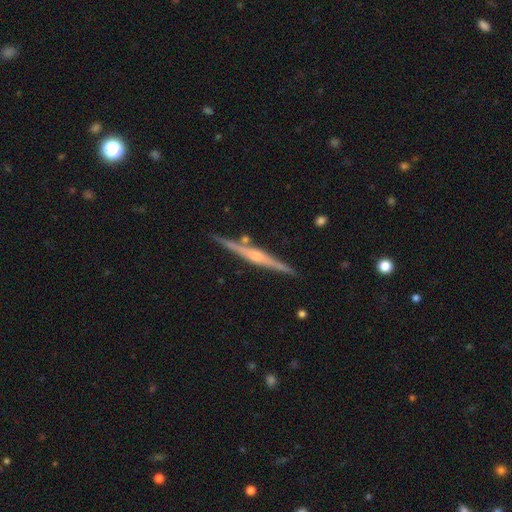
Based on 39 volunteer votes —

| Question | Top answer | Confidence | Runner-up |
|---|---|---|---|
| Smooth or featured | featured or disk | 87% | smooth (10%) |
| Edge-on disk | yes | 100% | — |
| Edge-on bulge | rounded | 91% | none (6%) |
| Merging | none | 87% | minor disturbance (11%) |